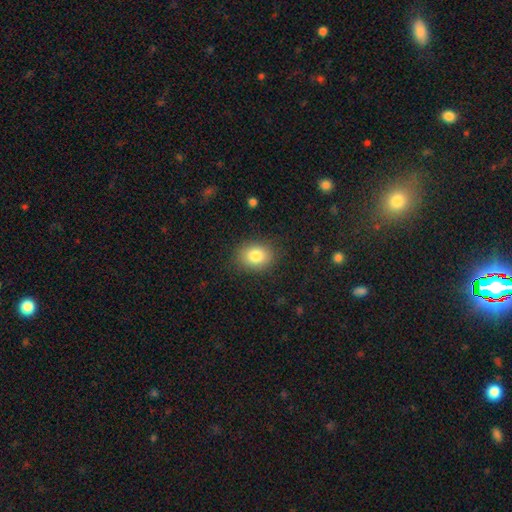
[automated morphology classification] Smooth or featured? smooth (83%)
How rounded? in between (59%)
Merging? none (85%)